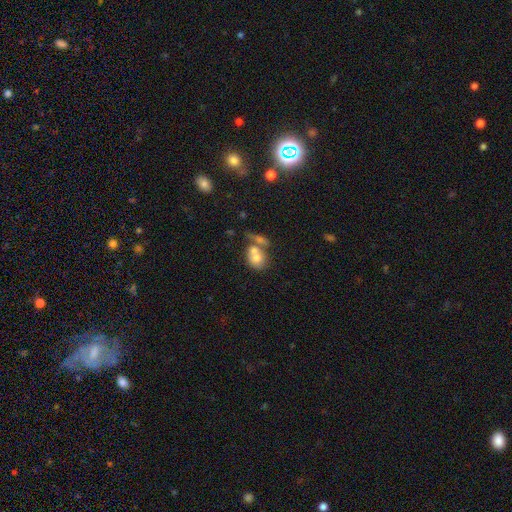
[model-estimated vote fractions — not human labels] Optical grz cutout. It shows a smooth galaxy with no disk features (68%) that is in between round and cigar-shaped (54%). Merging: merger (58%).